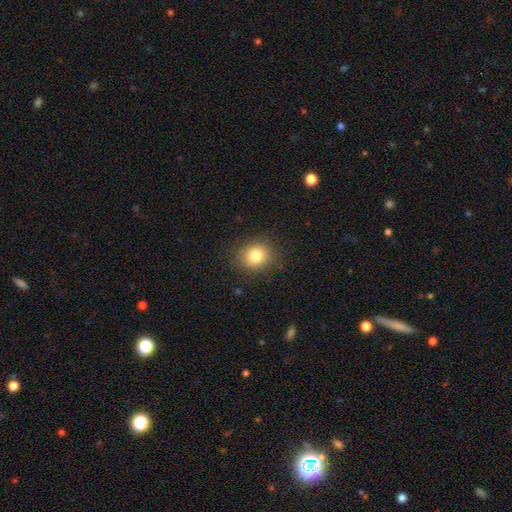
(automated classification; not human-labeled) Smooth or featured? smooth (81%)
How rounded? round (76%)
Merging? none (86%)